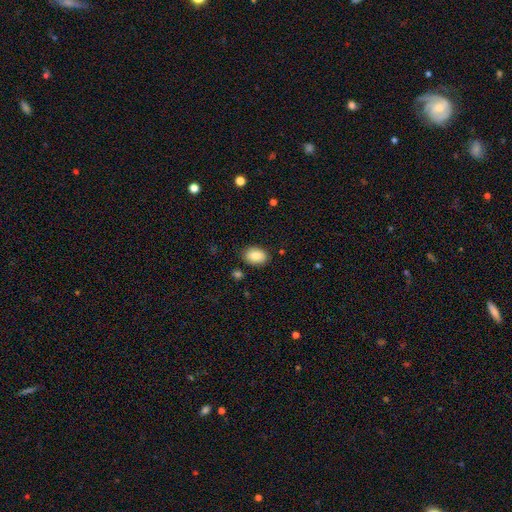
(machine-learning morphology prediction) A smooth galaxy with no disk features (85%) that is in between round and cigar-shaped (82%). Merging: none (84%).